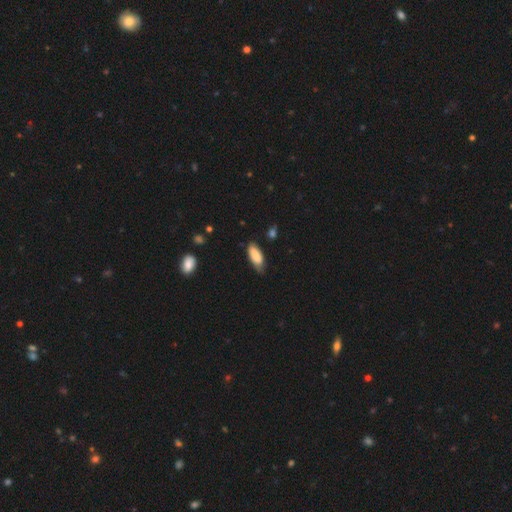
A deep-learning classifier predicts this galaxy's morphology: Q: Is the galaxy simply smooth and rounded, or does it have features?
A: smooth — 84%.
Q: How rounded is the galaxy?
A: in between — 80%.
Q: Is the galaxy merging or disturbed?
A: none — 61%.